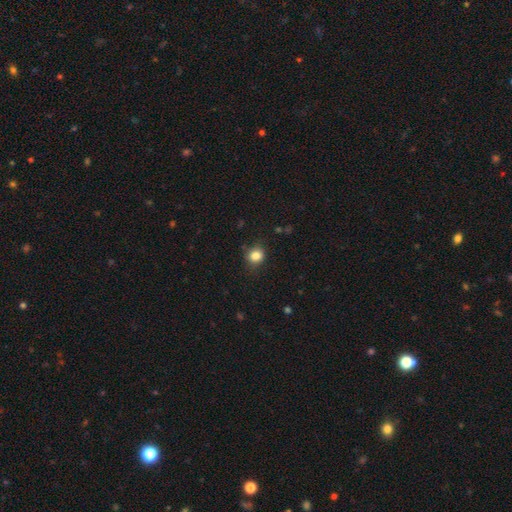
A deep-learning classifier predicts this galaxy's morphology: Q: Smooth or featured?
A: smooth (84%); runner-up: star or artifact (11%)
Q: How rounded?
A: round (79%); runner-up: in between (20%)
Q: Merging?
A: none (83%); runner-up: minor disturbance (13%)